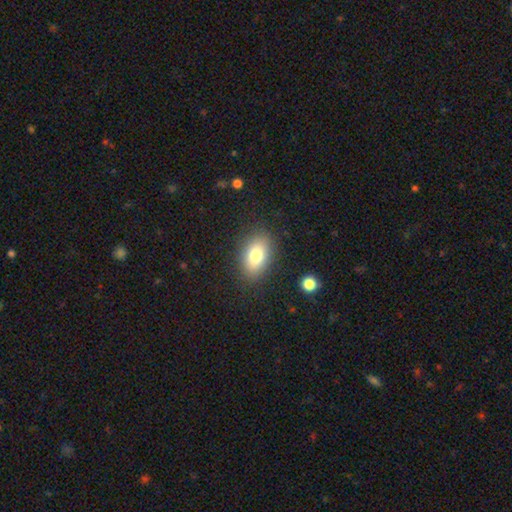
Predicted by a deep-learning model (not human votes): Morphology: type=smooth (79%); roundness=in between (89%); merging=none (85%).